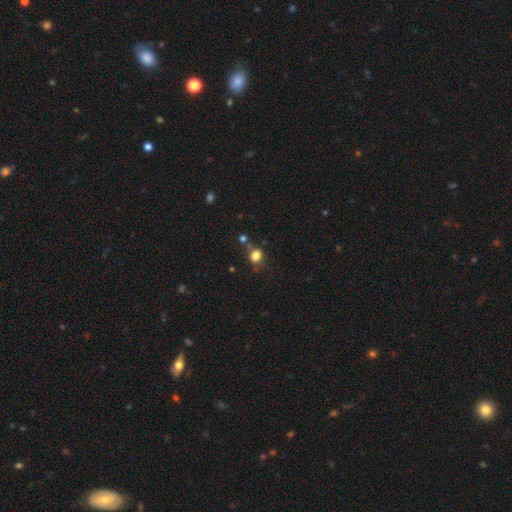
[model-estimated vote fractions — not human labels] Morphology: type=smooth (80%); roundness=round (68%); merging=none (61%).